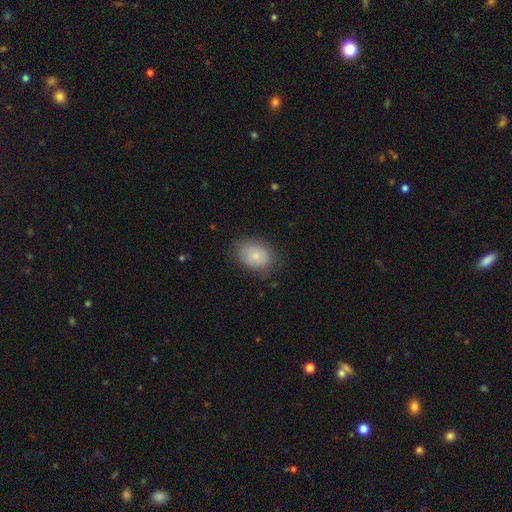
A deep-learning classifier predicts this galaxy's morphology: Smooth or featured? Predicted: smooth (p=0.80). How rounded? Predicted: in between (p=0.64). Merging? Predicted: none (p=0.75).